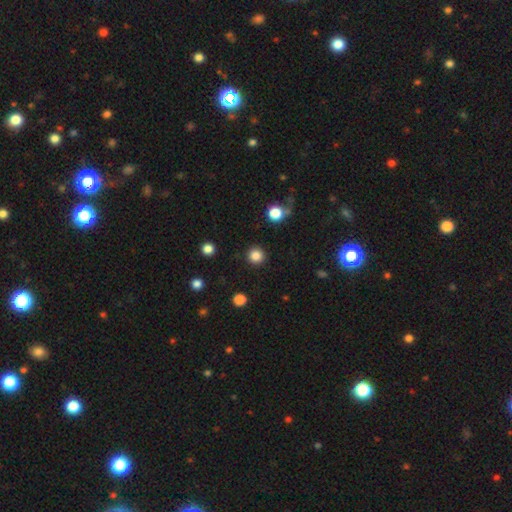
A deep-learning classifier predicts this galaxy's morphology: A smooth galaxy with no disk features (85%) that is round (95%).

Vote fractions:
- Smooth or featured? smooth: 85% / star or artifact: 12% / featured or disk: 4%
- How rounded? round: 95% / in between: 4% / cigar-shaped: 1%
- Merging? none: 92% / minor disturbance: 5% / major disturbance: 2% / merger: 1%